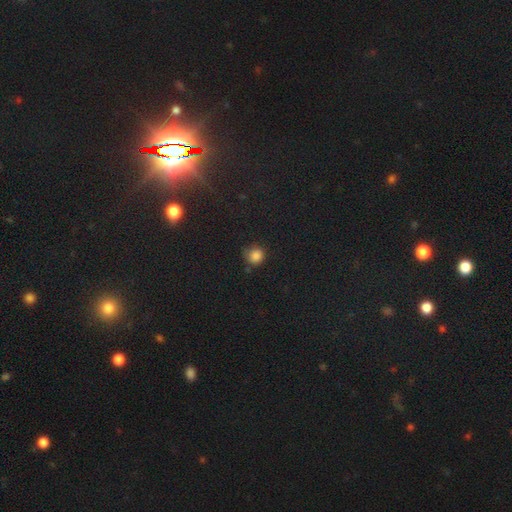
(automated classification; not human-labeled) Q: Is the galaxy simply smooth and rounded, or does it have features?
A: smooth — 83%.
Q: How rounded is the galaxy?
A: round — 87%.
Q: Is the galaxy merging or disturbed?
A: none — 66%.